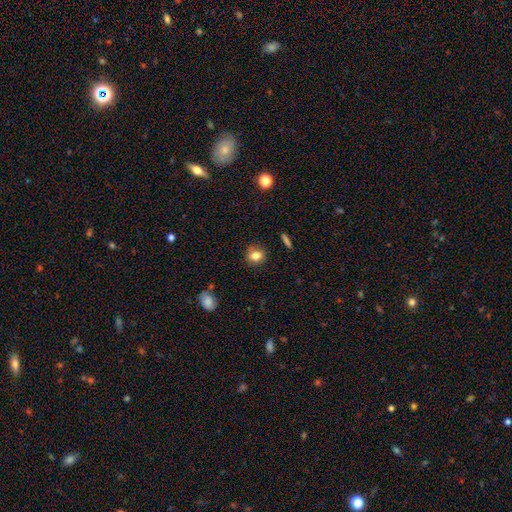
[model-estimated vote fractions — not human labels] Smooth or featured: smooth — 81% (star or artifact — 11%)
How rounded: round — 70% (in between — 28%)
Merging: none — 81% (minor disturbance — 14%)